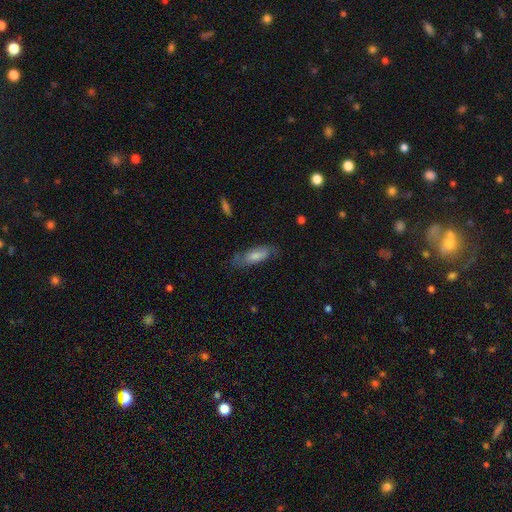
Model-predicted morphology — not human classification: smooth_or_featured: smooth (p=0.67) [alt: featured or disk p=0.26]
how_rounded: in between (p=0.68) [alt: cigar-shaped p=0.30]
merging: none (p=0.66) [alt: minor disturbance p=0.24]